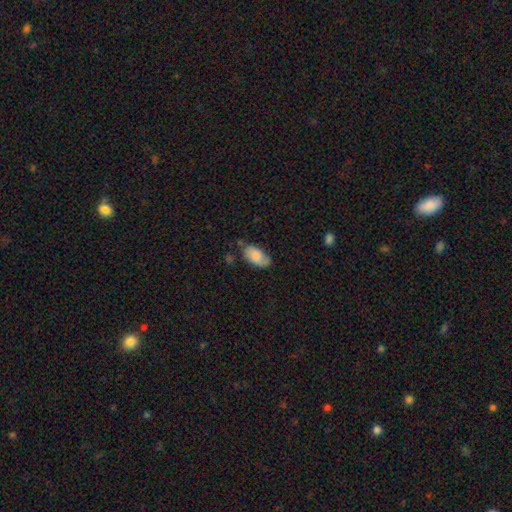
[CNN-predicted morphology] smooth-or-featured: smooth: 74% | featured or disk: 19% | star or artifact: 7%
  how-rounded: in between: 94% | round: 4% | cigar-shaped: 3%
  merging: none: 55% | minor disturbance: 31% | major disturbance: 9% | merger: 4%